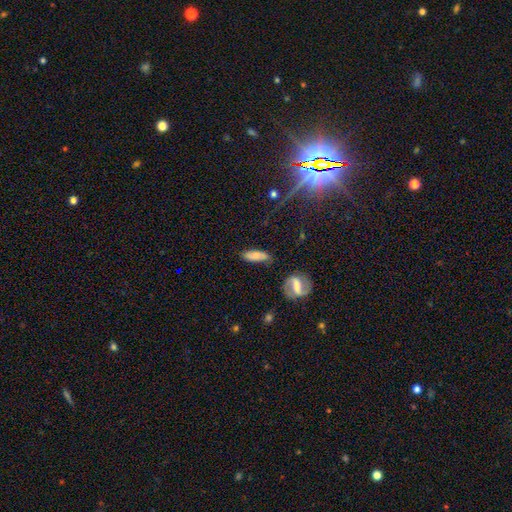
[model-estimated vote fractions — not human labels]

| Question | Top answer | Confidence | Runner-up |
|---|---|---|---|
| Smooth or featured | smooth | 73% | featured or disk (18%) |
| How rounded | in between | 57% | cigar-shaped (40%) |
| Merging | none | 78% | minor disturbance (15%) |